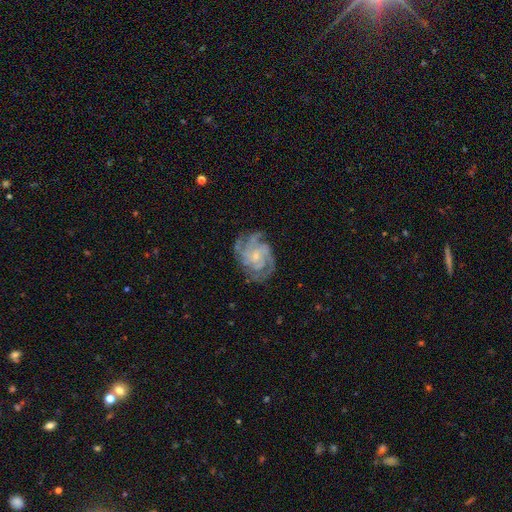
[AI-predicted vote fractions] Smooth or featured?
  - featured or disk: 87% *
  - smooth: 7%
  - star or artifact: 6%
Edge-on disk?
  - no: 98% *
  - yes: 2%
Bar?
  - no: 68% *
  - weak: 27%
  - strong: 5%
Spiral arms?
  - yes: 96% *
  - no: 4%
Spiral winding?
  - tight: 59% *
  - medium: 35%
  - loose: 6%
Spiral arm count?
  - 3: 27% *
  - 4: 23%
  - can't tell: 22%
  - 2: 15%
  - more than 4: 7%
  - 1: 6%
Bulge size?
  - small: 74% *
  - moderate: 20%
  - none: 4%
  - large: 1%
  - dominant: 1%
Merging?
  - none: 71% *
  - minor disturbance: 19%
  - major disturbance: 9%
  - merger: 1%